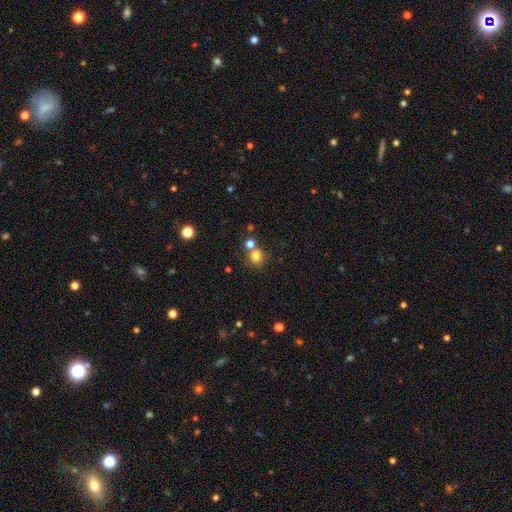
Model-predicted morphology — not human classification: type=smooth (79%); roundness=round (87%); merging=none (62%).